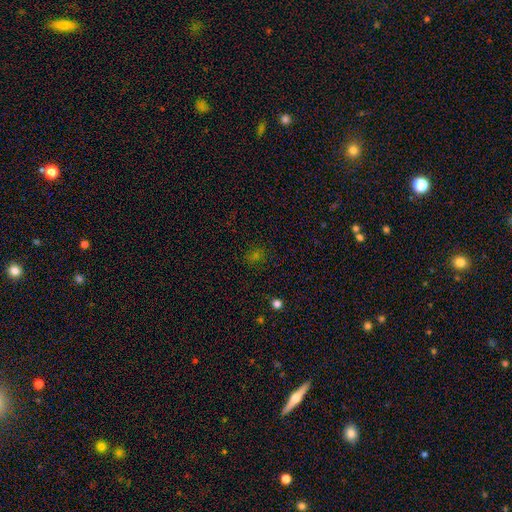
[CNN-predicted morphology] smooth_or_featured: smooth (p=0.55) [alt: star or artifact p=0.37]
how_rounded: round (p=0.55) [alt: in between p=0.43]
merging: none (p=0.81) [alt: minor disturbance p=0.12]